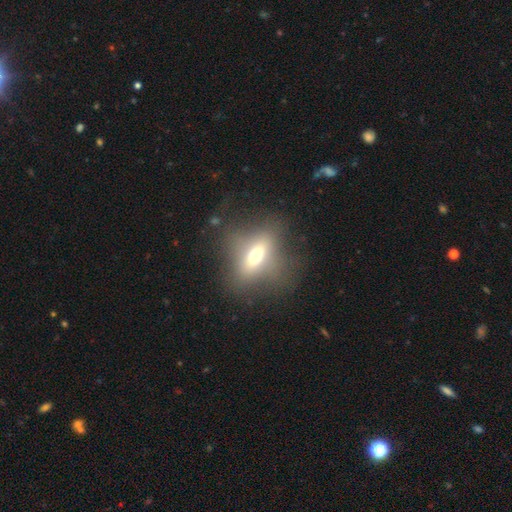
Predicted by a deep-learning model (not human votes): The model was most divided on "smooth or featured": smooth: 51%, featured or disk: 35%, star or artifact: 14%. More confident: how rounded — in between (64%); merging — none (61%).